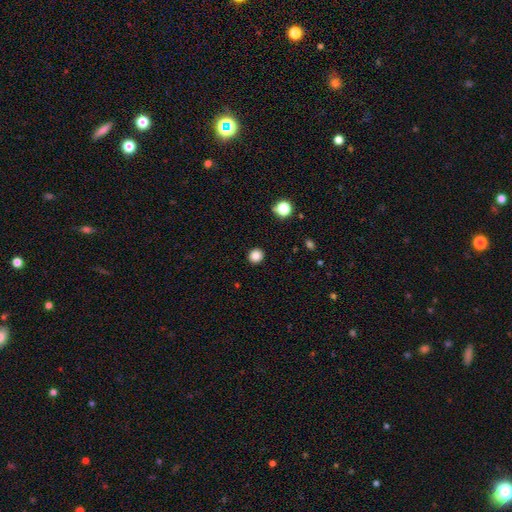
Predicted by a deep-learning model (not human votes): smooth_or_featured: smooth (p=0.86) [alt: star or artifact p=0.11]
how_rounded: round (p=0.92) [alt: in between p=0.07]
merging: none (p=0.93) [alt: minor disturbance p=0.05]